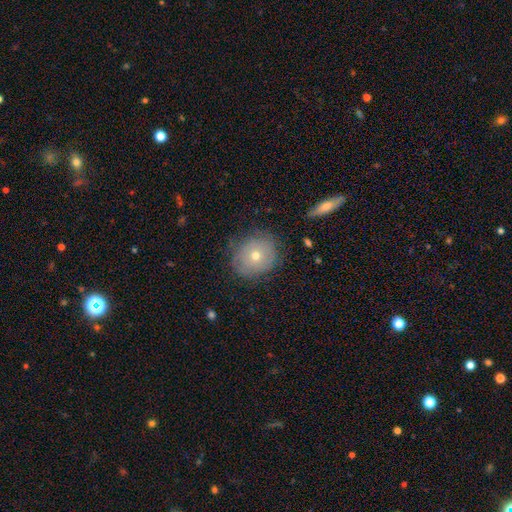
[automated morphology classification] The model was most divided on "smooth or featured": smooth: 56%, featured or disk: 34%, star or artifact: 10%. More confident: how rounded — round (78%); merging — none (77%).